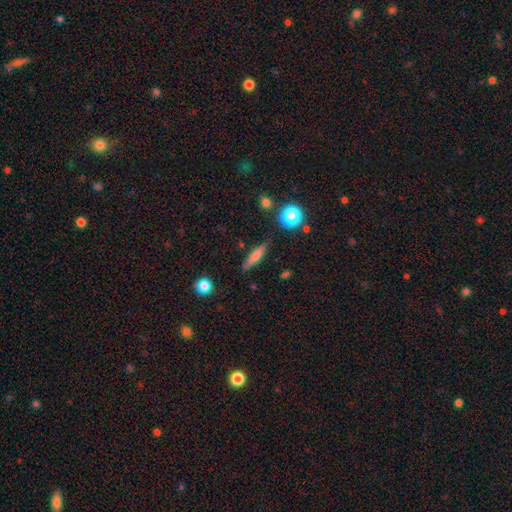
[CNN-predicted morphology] type=smooth (59%); roundness=cigar-shaped (81%); merging=none (86%).